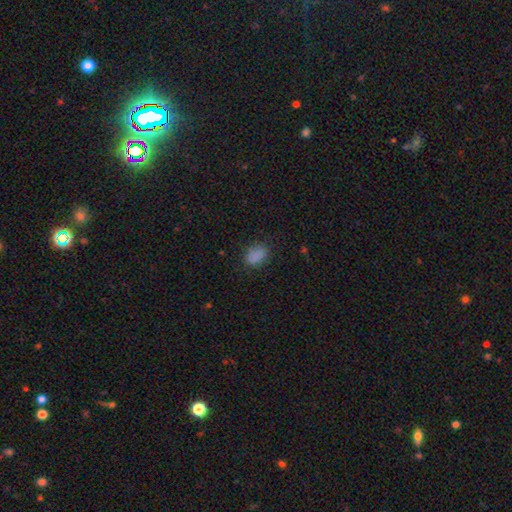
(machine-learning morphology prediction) Smooth or featured? Predicted: smooth (p=0.83). How rounded? Predicted: in between (p=0.83). Merging? Predicted: none (p=0.77).